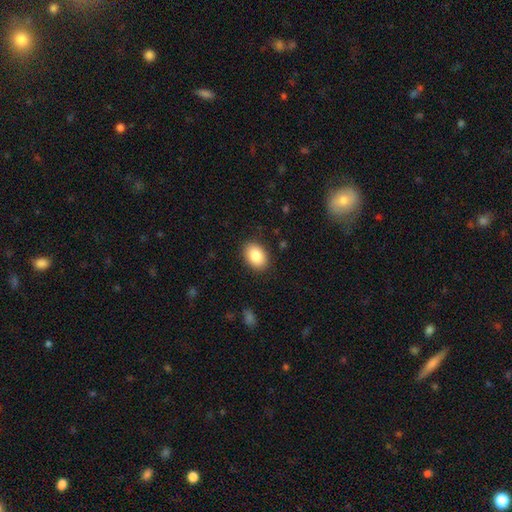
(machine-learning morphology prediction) Smooth or featured? Predicted: smooth (p=0.87). How rounded? Predicted: in between (p=0.86). Merging? Predicted: none (p=0.88).